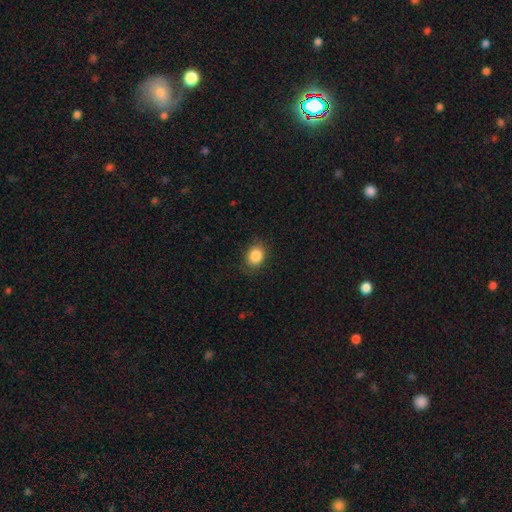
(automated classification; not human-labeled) This is clearly a smooth galaxy (86%). How rounded: possibly in between (56%). Merging: clearly none (85%).